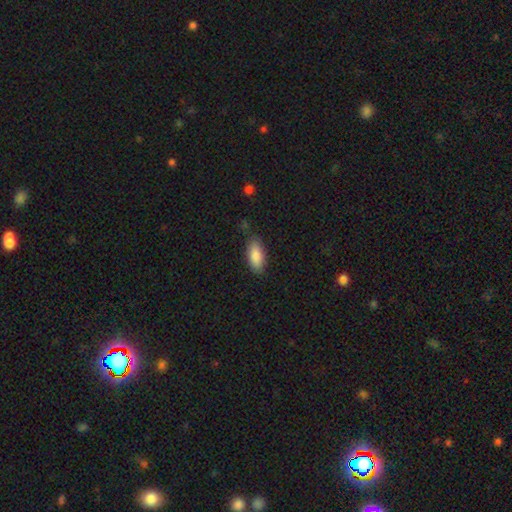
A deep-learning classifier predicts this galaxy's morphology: The model was most divided on "merging": none: 76%, minor disturbance: 17%, major disturbance: 4%, merger: 3%. More confident: how rounded — in between (88%); smooth or featured — smooth (86%).